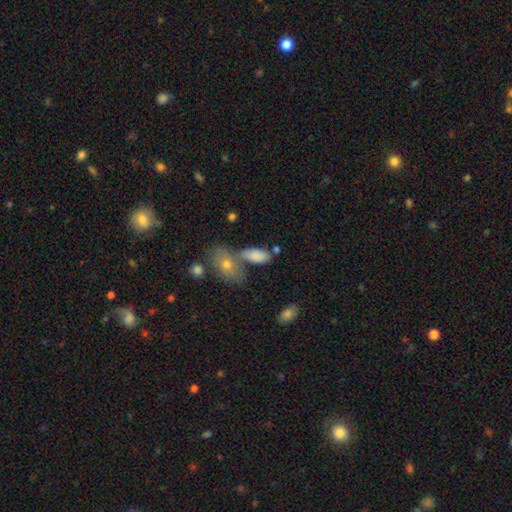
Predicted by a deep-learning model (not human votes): Smooth or featured? smooth (81%)
How rounded? in between (90%)
Merging? none (43%)